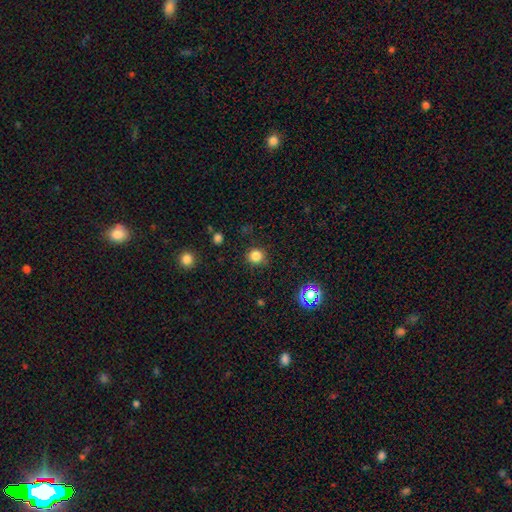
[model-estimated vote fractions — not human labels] This appears to be a smooth galaxy with no disk features (81%) that is round (91%). Merging: none (87%).